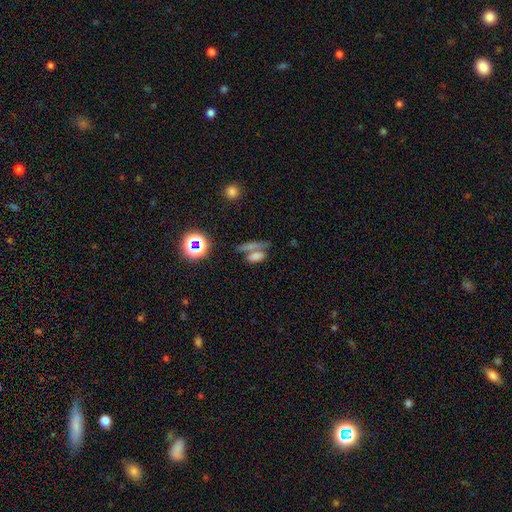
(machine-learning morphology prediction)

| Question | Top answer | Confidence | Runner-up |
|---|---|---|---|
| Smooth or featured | smooth | 67% | star or artifact (19%) |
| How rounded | in between | 67% | cigar-shaped (23%) |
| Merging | merger | 43% | none (37%) |